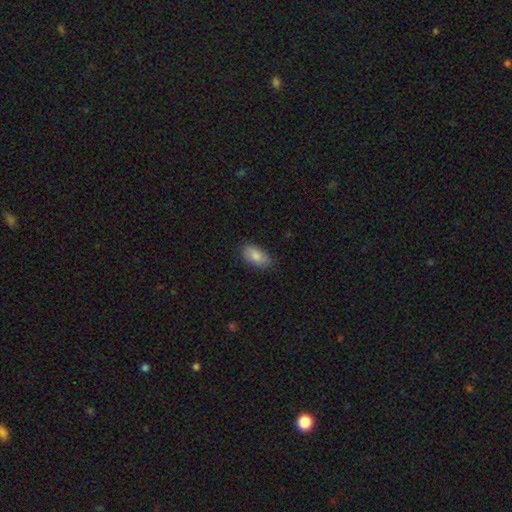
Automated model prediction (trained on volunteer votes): smooth 84%, featured or disk 9%, star or artifact 7%. Down the decision tree: how rounded — in between (93%); merging — none (83%).